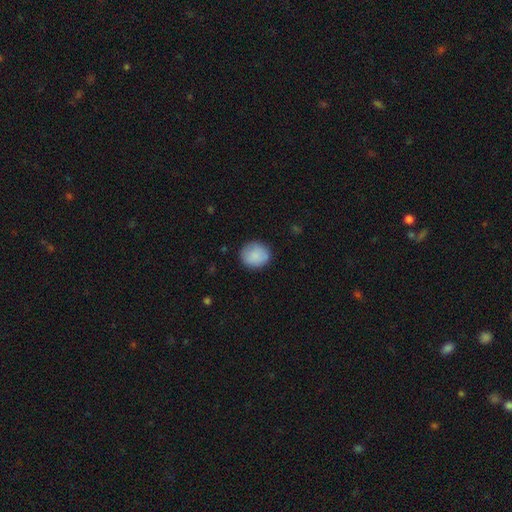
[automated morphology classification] smooth-or-featured: smooth: 88% | star or artifact: 7% | featured or disk: 5%
  how-rounded: round: 81% | in between: 18% | cigar-shaped: 1%
  merging: none: 86% | minor disturbance: 11% | major disturbance: 3% | merger: 1%